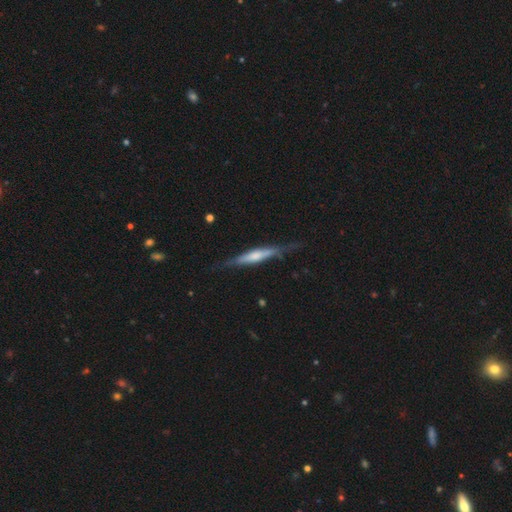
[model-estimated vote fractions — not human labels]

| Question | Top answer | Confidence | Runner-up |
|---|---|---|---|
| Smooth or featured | featured or disk | 58% | smooth (36%) |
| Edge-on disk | yes | 93% | no (7%) |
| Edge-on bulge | rounded | 51% | boxy (26%) |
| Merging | none | 73% | minor disturbance (19%) |